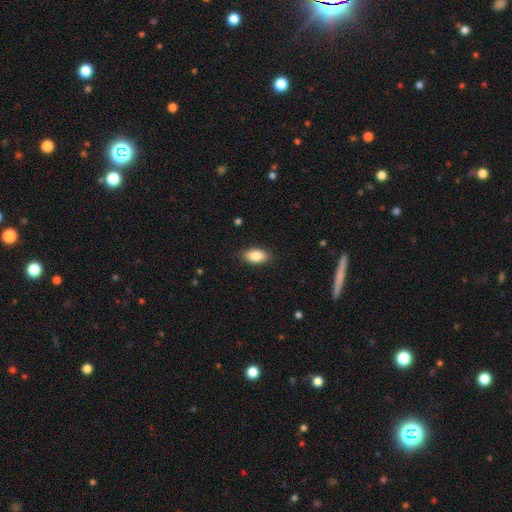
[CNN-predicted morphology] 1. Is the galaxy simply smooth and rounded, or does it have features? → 86% smooth, 7% star or artifact, 7% featured or disk.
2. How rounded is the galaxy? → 92% in between, 5% round, 3% cigar-shaped.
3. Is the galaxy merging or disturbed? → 87% none, 10% minor disturbance, 2% major disturbance, 1% merger.